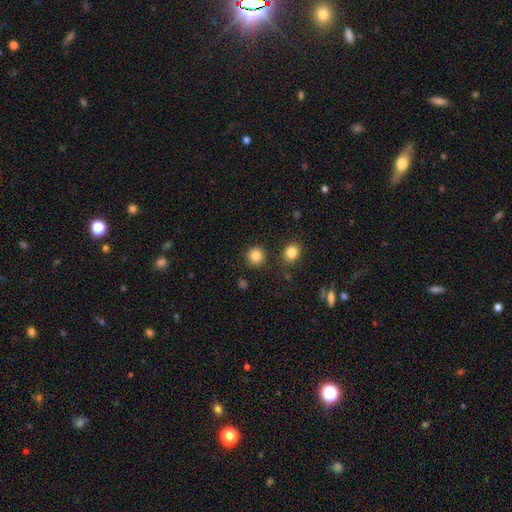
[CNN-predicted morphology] This appears to be a smooth galaxy with no disk features (85%) that is round (90%). Merging: none (87%).